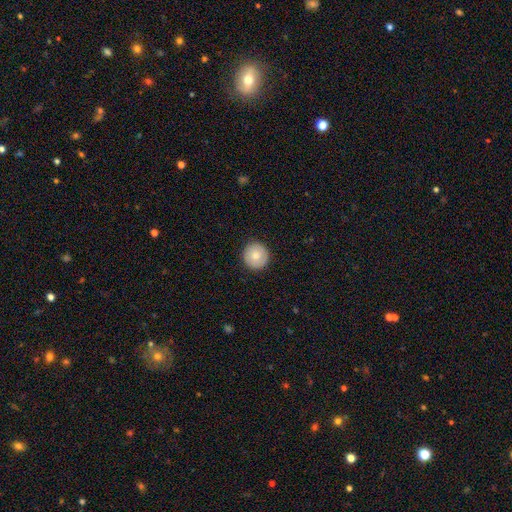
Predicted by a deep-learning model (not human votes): Smooth or featured? Predicted: smooth (p=0.79). How rounded? Predicted: round (p=0.94). Merging? Predicted: none (p=0.91).